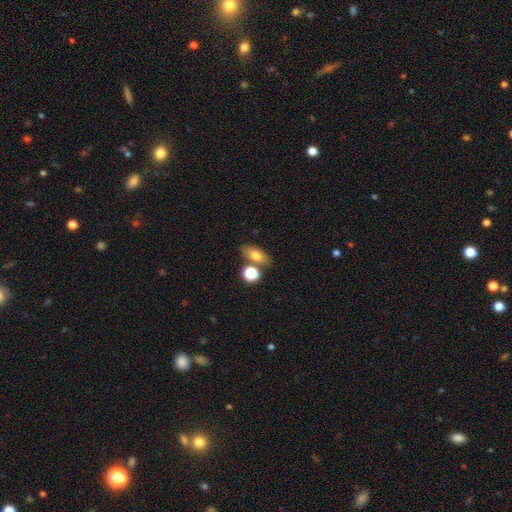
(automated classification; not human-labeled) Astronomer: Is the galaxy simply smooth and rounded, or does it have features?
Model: smooth — 72%.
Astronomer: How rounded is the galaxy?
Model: in between — 77%.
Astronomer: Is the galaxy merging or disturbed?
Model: none — 66%.